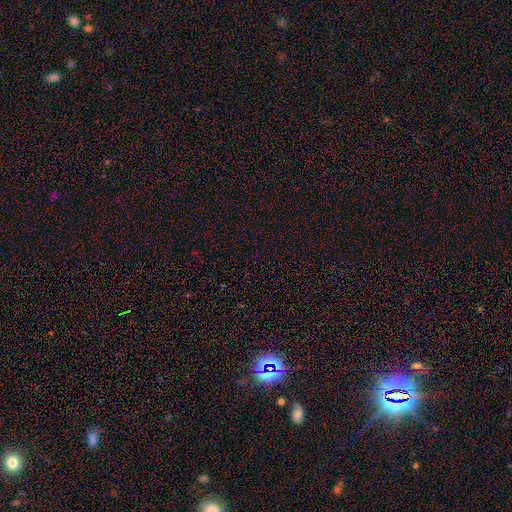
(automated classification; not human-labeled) Morphology: type=star or artifact (70%).